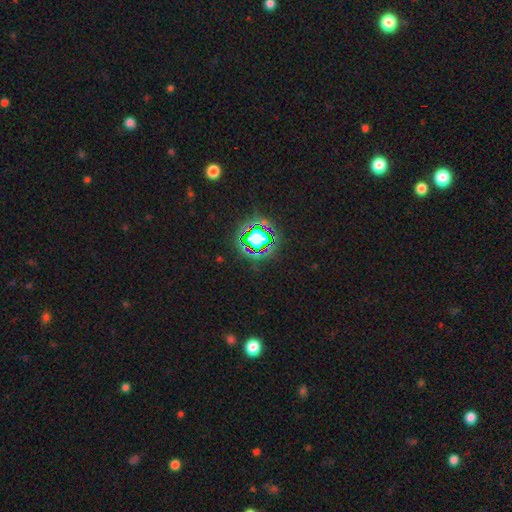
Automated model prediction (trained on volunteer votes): The model was most divided on "smooth or featured": star or artifact: 81%, smooth: 12%, featured or disk: 7%.